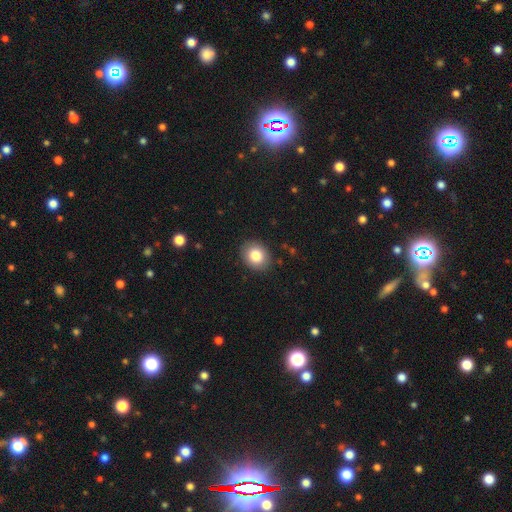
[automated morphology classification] type=smooth (83%); roundness=round (57%); merging=none (88%).